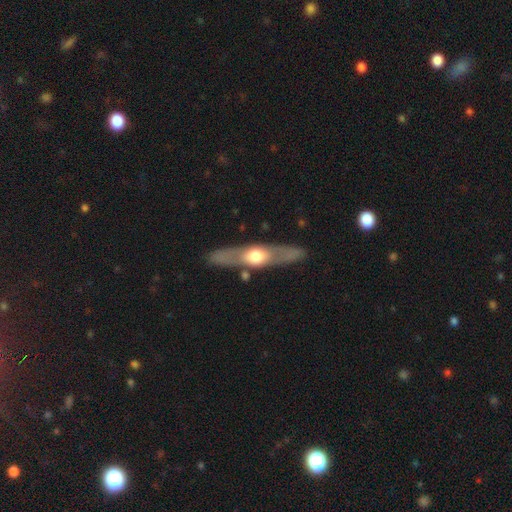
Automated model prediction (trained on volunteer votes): This appears to be a featured or disk galaxy (63%) viewed edge-on (77%). Merging: none (83%).